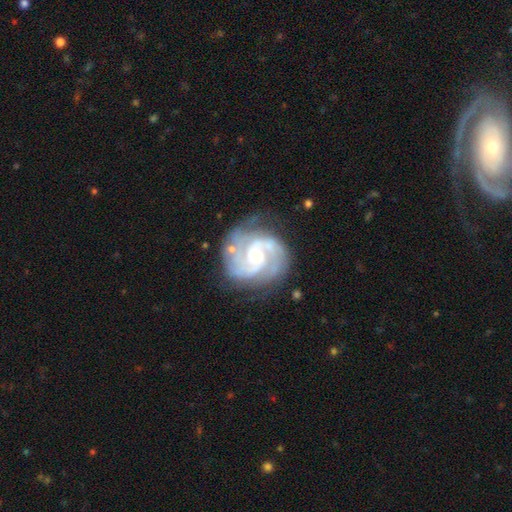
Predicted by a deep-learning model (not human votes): This appears to be a featured or disk galaxy (90%) with no bar (57%), 2 (65%) tight (55%) spiral arms (98%) and a small central bulge (65%). Merging: none (72%).